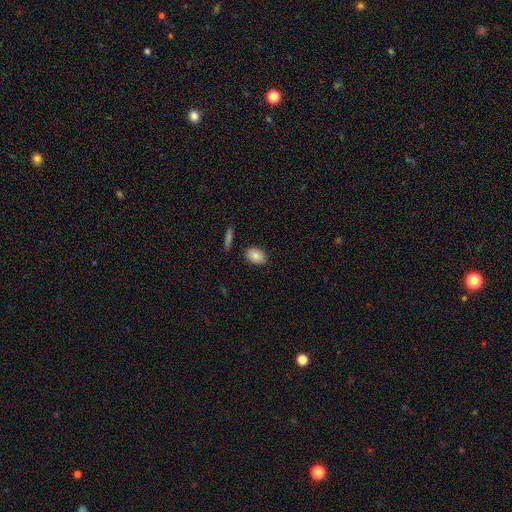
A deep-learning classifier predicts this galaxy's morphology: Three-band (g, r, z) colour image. It shows a smooth galaxy with no disk features (87%) that is in between round and cigar-shaped (84%). Merging: none (85%).